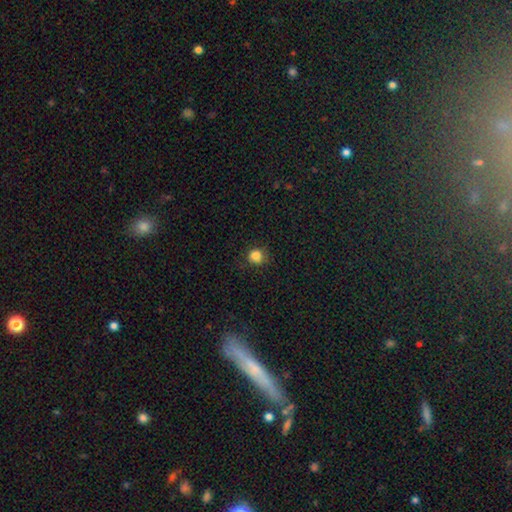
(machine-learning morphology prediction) This is clearly a smooth galaxy (82%). How rounded: clearly round (84%). Merging: likely none (78%).